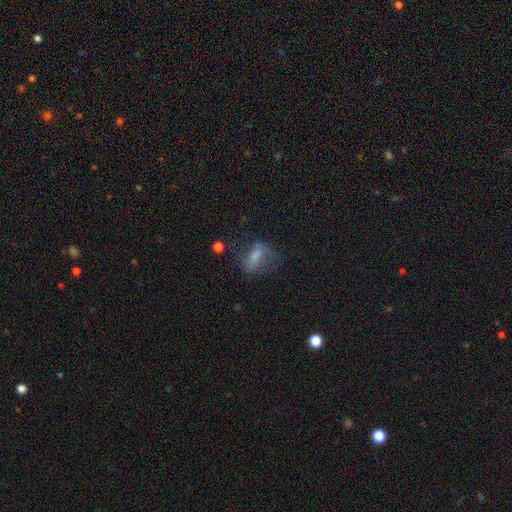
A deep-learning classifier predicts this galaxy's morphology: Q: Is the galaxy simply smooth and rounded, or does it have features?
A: smooth — 50%.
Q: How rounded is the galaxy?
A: in between — 70%.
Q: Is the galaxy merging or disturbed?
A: none — 47%.